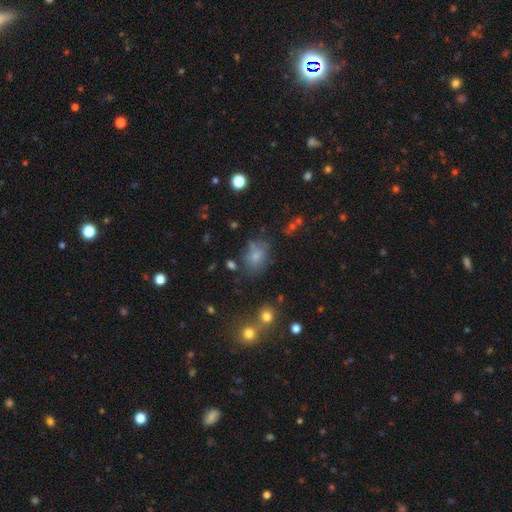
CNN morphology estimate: Smooth or featured? Predicted: smooth (p=0.70). How rounded? Predicted: in between (p=0.66). Merging? Predicted: none (p=0.64).